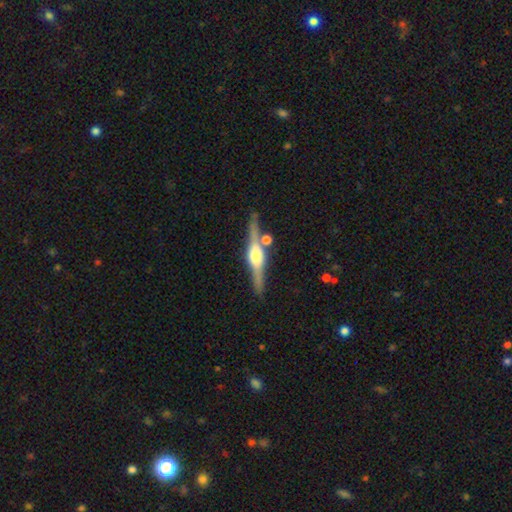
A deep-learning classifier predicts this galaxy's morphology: The model was most divided on "smooth or featured": featured or disk: 82%, smooth: 12%, star or artifact: 6%. More confident: edge-on disk — yes (97%); edge-on bulge — rounded (89%); merging — none (80%).